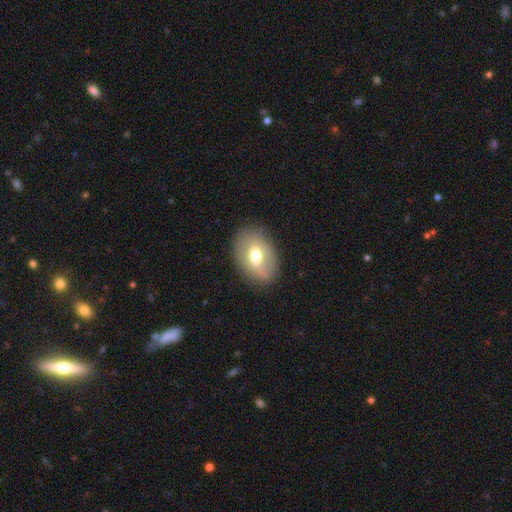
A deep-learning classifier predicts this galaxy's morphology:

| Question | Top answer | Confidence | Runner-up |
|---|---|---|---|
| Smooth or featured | smooth | 57% | featured or disk (35%) |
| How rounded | in between | 79% | round (20%) |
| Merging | none | 81% | minor disturbance (13%) |